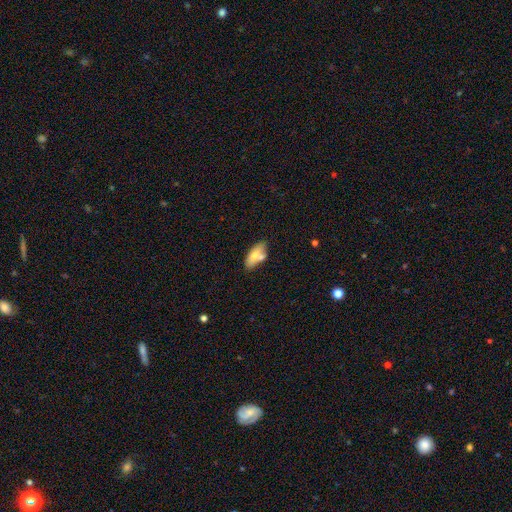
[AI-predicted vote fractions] Smooth or featured?
  - smooth: 69% *
  - featured or disk: 24%
  - star or artifact: 7%
How rounded?
  - in between: 84% *
  - cigar-shaped: 12%
  - round: 3%
Merging?
  - none: 57% *
  - merger: 21%
  - minor disturbance: 17%
  - major disturbance: 4%